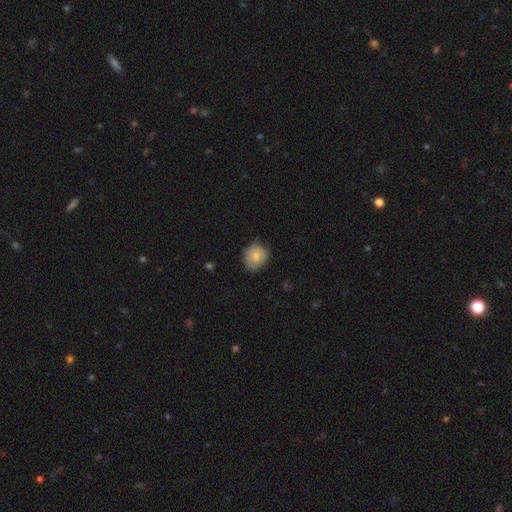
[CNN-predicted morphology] smooth 80%, featured or disk 13%, star or artifact 8%. Down the decision tree: how rounded — round (73%); merging — none (67%).